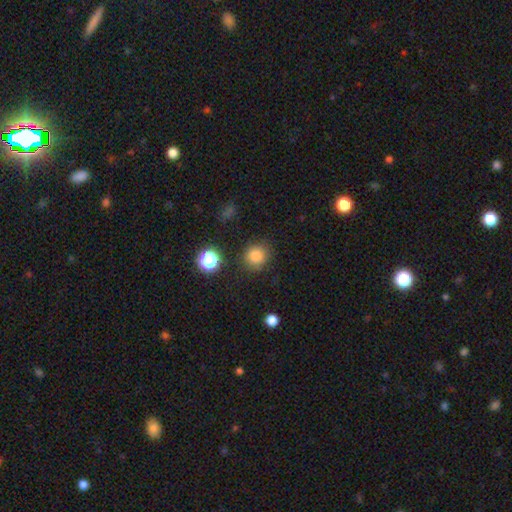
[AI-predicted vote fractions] The model was most divided on "smooth or featured": smooth: 81%, star or artifact: 13%, featured or disk: 5%. More confident: how rounded — round (87%); merging — none (84%).